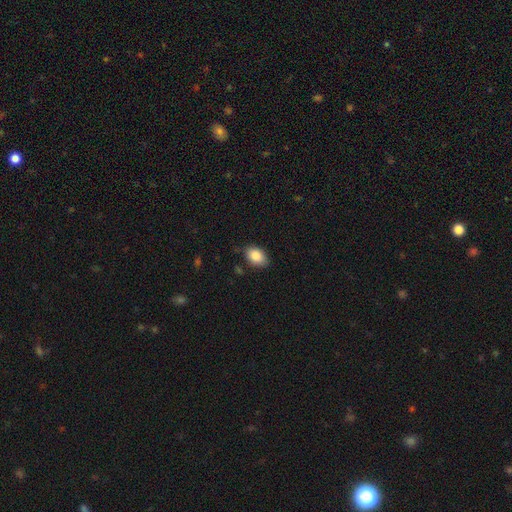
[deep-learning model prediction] Smooth or featured: smooth — 85% (star or artifact — 8%)
How rounded: in between — 85% (round — 14%)
Merging: none — 81% (minor disturbance — 15%)